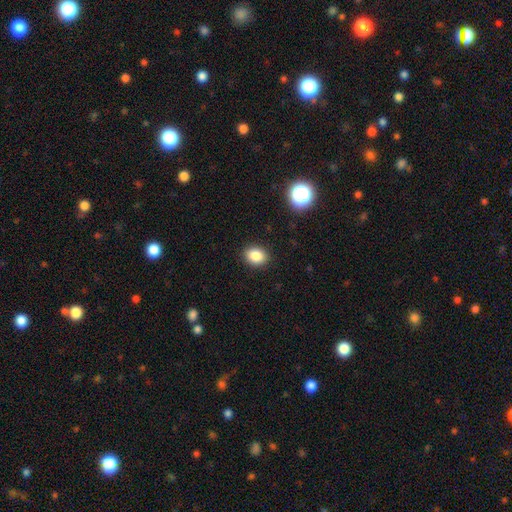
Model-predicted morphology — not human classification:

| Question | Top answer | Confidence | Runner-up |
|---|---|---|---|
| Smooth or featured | smooth | 85% | star or artifact (10%) |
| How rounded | in between | 56% | round (43%) |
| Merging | none | 90% | minor disturbance (7%) |